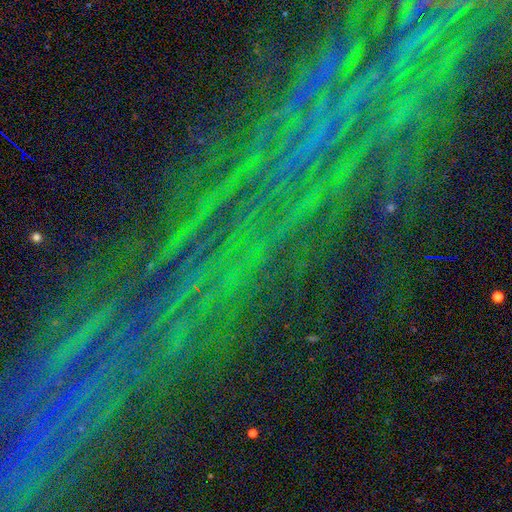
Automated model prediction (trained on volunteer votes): This appears to be a star or artifact, not a galaxy (85%).